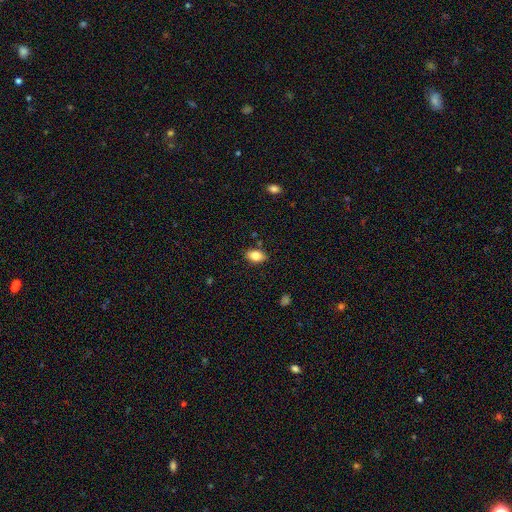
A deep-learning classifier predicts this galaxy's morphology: Q: Smooth or featured?
A: smooth (81%); runner-up: featured or disk (10%)
Q: How rounded?
A: in between (88%); runner-up: round (10%)
Q: Merging?
A: none (86%); runner-up: minor disturbance (10%)